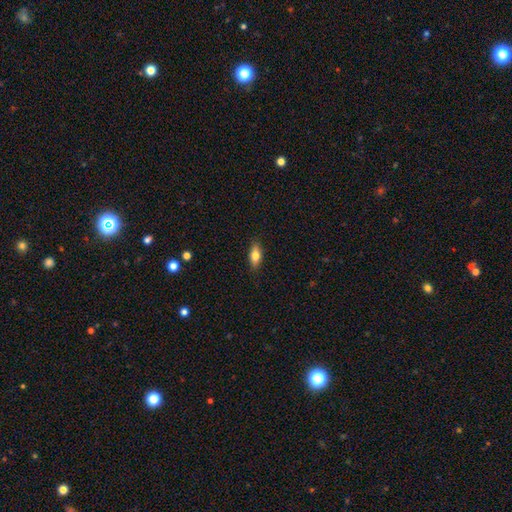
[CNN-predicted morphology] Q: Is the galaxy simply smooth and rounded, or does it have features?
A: smooth — 74%.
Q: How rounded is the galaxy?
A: in between — 78%.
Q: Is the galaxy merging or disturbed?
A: none — 86%.